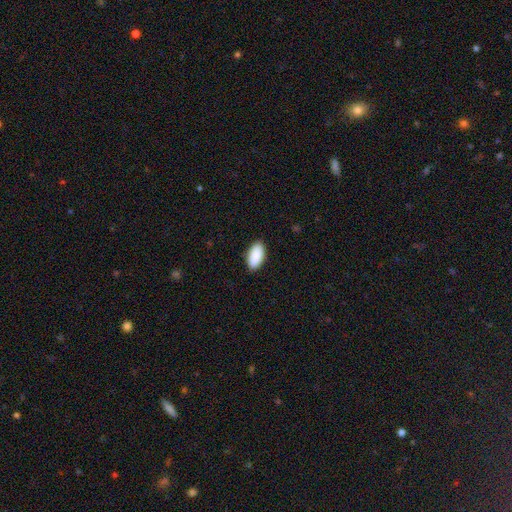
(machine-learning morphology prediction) Smooth or featured: smooth — 91% (star or artifact — 6%)
How rounded: in between — 94% (cigar-shaped — 4%)
Merging: none — 89% (minor disturbance — 9%)